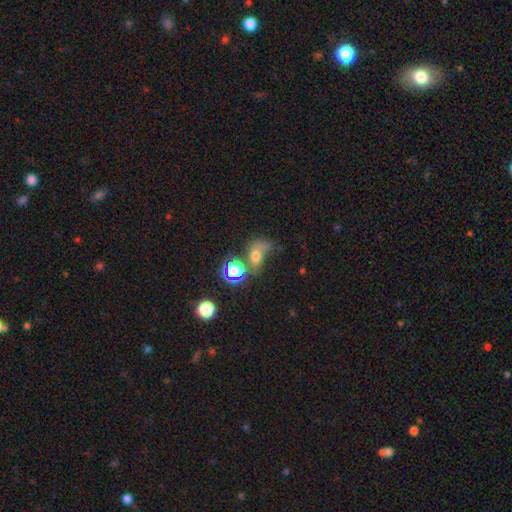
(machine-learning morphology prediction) smooth 56%, star or artifact 25%, featured or disk 19%. Down the decision tree: how rounded — in between (53%); merging — merger (30%).